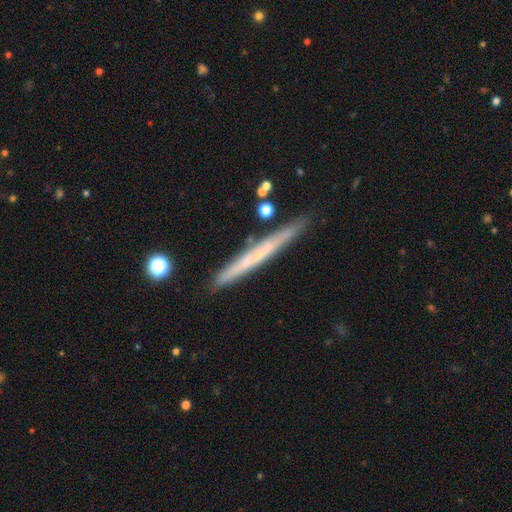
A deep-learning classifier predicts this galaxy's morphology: This appears to be a featured or disk galaxy (47%). Merging: none (86%).